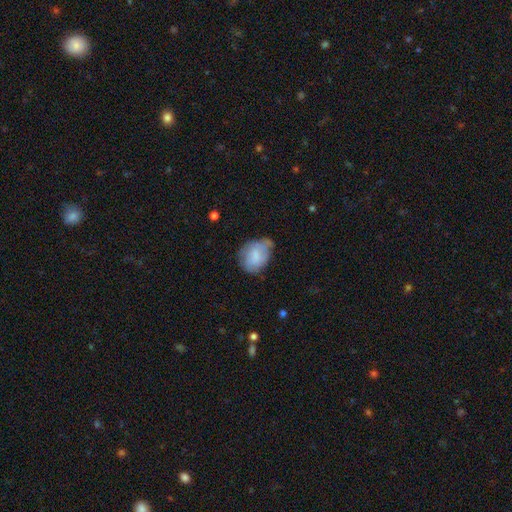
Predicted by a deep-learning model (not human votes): Morphology: type=smooth (65%); roundness=in between (68%); merging=none (42%).